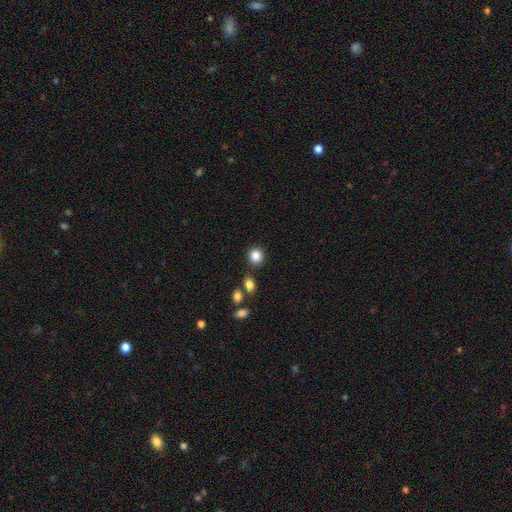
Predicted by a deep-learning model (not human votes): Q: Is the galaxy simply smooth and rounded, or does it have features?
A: smooth — 86%.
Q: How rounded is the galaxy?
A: round — 83%.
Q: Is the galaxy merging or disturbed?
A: none — 81%.